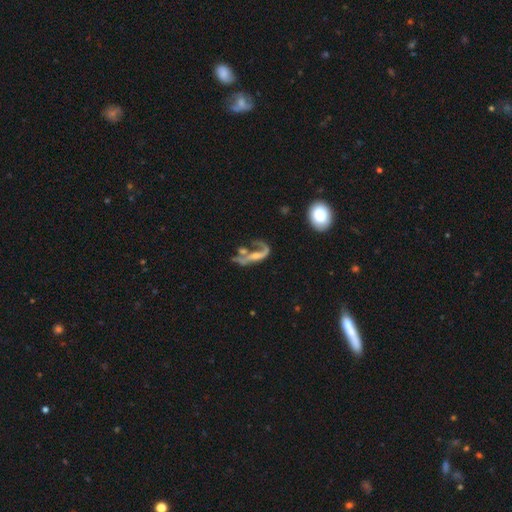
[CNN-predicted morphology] Smooth or featured?
  - featured or disk: 69% *
  - smooth: 21%
  - star or artifact: 11%
Edge-on disk?
  - no: 91% *
  - yes: 9%
Bar?
  - no: 55% *
  - weak: 27%
  - strong: 18%
Spiral arms?
  - yes: 64% *
  - no: 36%
Bulge size?
  - none: 44% *
  - small: 29%
  - moderate: 21%
  - large: 5%
  - dominant: 2%
Merging?
  - major disturbance: 37% *
  - merger: 29%
  - none: 23%
  - minor disturbance: 12%